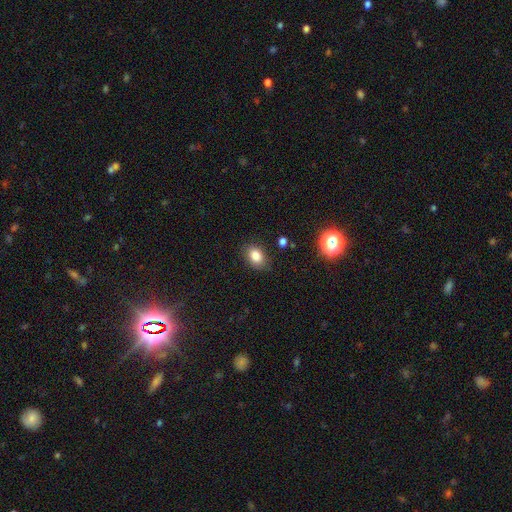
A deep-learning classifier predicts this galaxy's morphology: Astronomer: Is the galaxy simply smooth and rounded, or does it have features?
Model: smooth — 83%.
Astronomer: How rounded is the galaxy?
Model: in between — 75%.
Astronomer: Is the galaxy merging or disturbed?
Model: none — 83%.